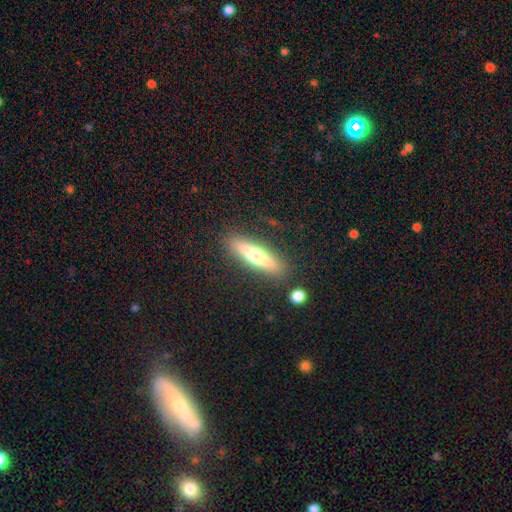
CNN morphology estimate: Smooth or featured? smooth (47%)
Merging? none (85%)